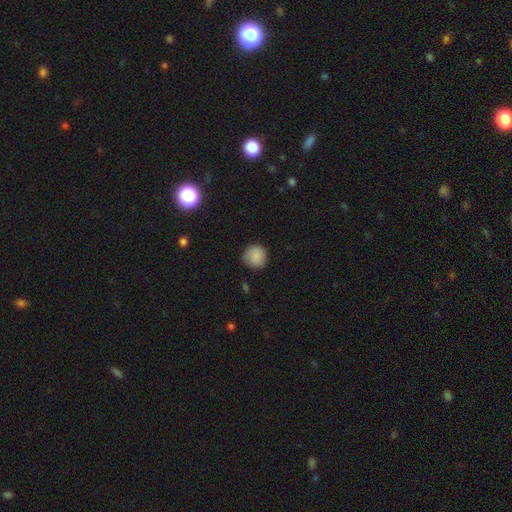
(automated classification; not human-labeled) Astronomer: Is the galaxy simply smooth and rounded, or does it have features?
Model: smooth — 84%.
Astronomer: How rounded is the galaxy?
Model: round — 92%.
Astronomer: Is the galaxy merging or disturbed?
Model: none — 78%.